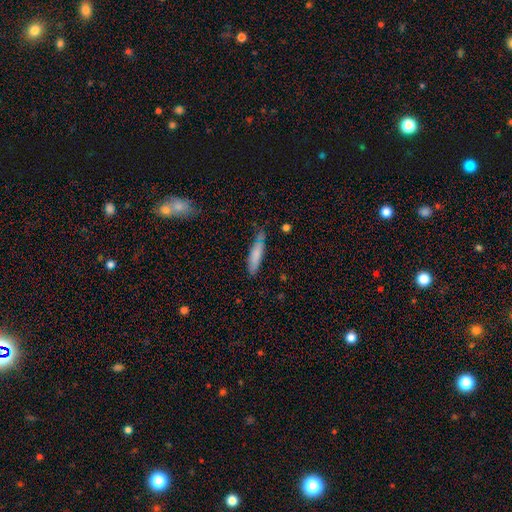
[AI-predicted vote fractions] Smooth or featured? Predicted: smooth (p=0.80). How rounded? Predicted: cigar-shaped (p=0.69). Merging? Predicted: none (p=0.66).